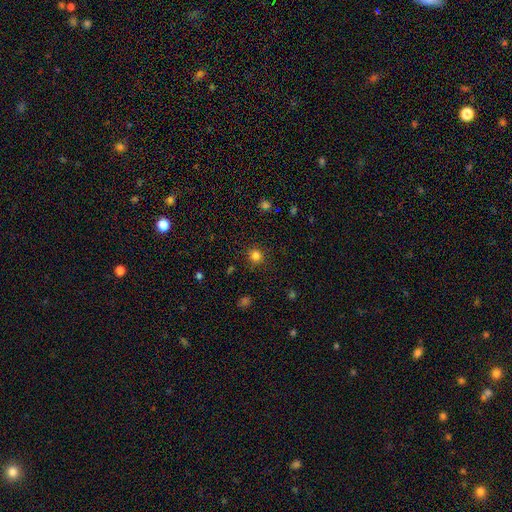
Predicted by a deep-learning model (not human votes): Smooth or featured: smooth — 82% (star or artifact — 14%)
How rounded: round — 93% (in between — 6%)
Merging: none — 88% (minor disturbance — 7%)